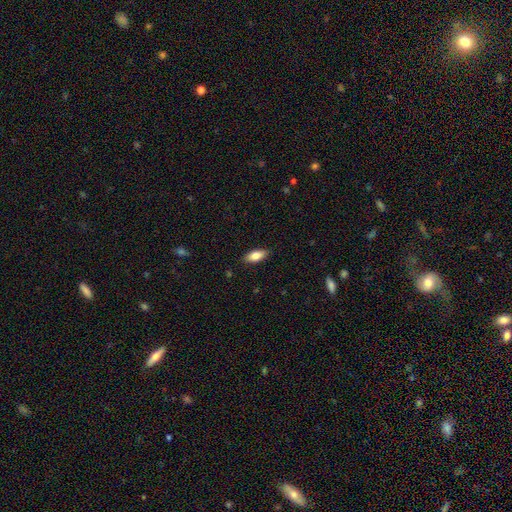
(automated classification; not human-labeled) A smooth galaxy with no disk features (80%) that is in between round and cigar-shaped (83%).

Vote fractions:
- Smooth or featured? smooth: 80% / featured or disk: 13% / star or artifact: 7%
- How rounded? in between: 83% / cigar-shaped: 15% / round: 2%
- Merging? none: 88% / minor disturbance: 9% / major disturbance: 2% / merger: 1%